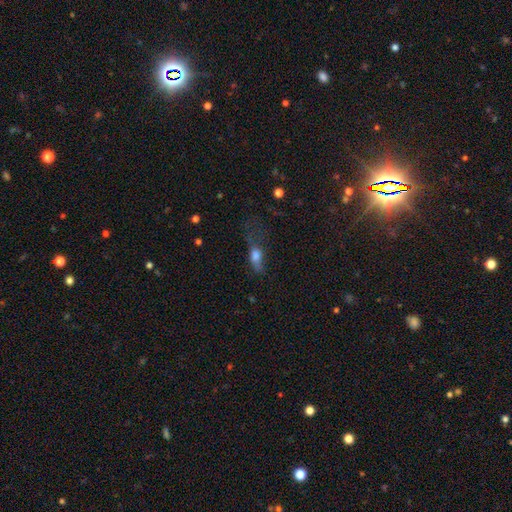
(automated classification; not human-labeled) The model was most divided on "merging": major disturbance: 49%, none: 24%, minor disturbance: 23%, merger: 4%. More confident: smooth or featured — smooth (69%); how rounded — in between (66%).